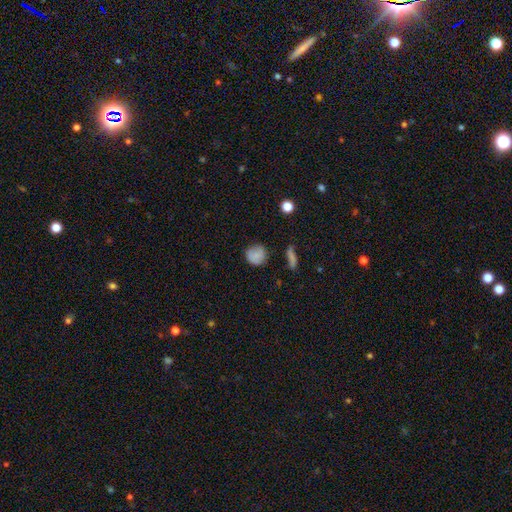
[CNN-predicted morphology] This appears to be a smooth galaxy with no disk features (80%) that is round (87%). Merging: none (72%).